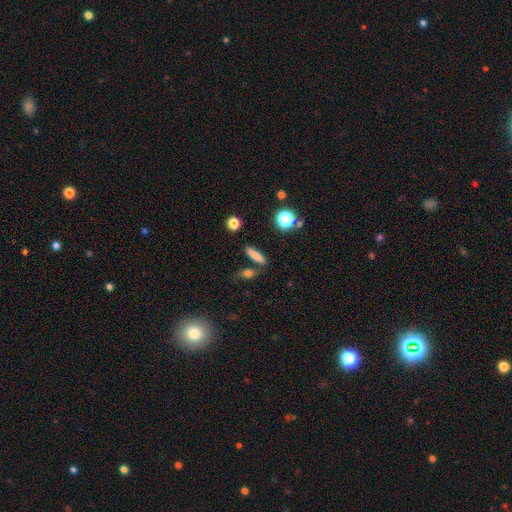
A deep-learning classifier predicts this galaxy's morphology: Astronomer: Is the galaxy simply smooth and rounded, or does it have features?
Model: smooth — 77%.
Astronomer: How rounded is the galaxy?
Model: cigar-shaped — 73%.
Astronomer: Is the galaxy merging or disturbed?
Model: none — 78%.